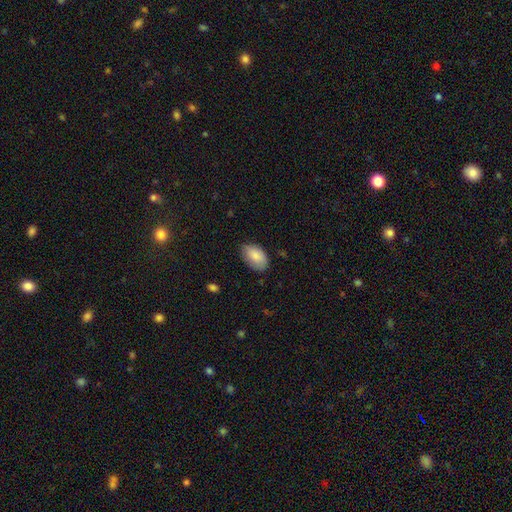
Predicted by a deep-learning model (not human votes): Smooth or featured: smooth — 84% (featured or disk — 10%)
How rounded: in between — 93% (round — 6%)
Merging: none — 71% (minor disturbance — 24%)